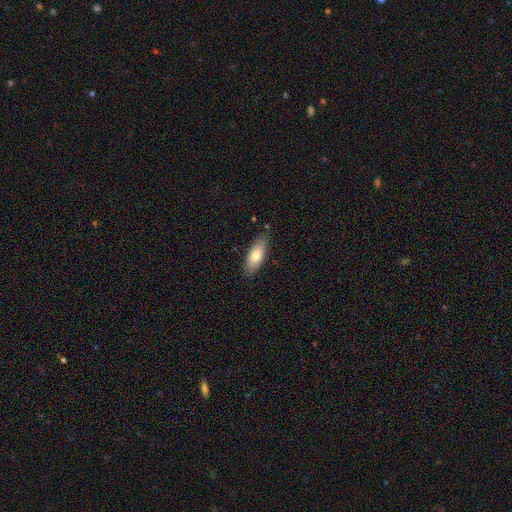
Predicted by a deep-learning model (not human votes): Morphology: type=smooth (77%); roundness=in between (73%); merging=none (82%).